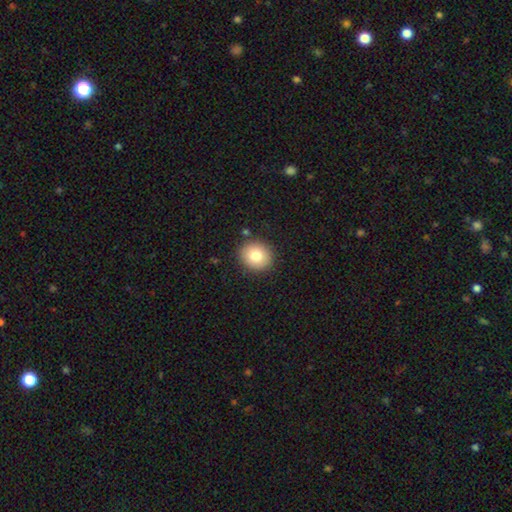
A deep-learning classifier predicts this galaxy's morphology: Smooth or featured: smooth — 79% (featured or disk — 11%)
How rounded: round — 78% (in between — 21%)
Merging: none — 89% (minor disturbance — 7%)